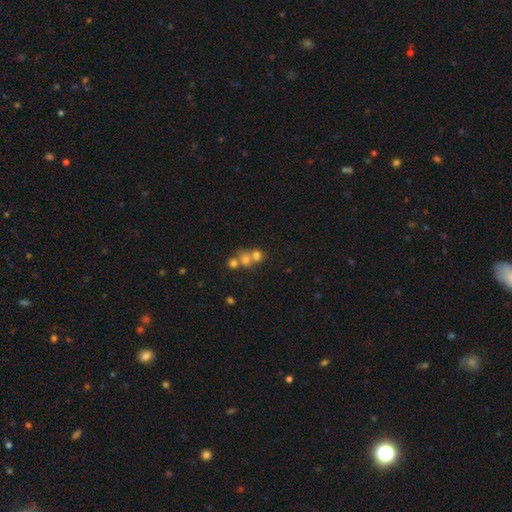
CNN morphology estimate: Smooth or featured?
  - smooth: 67% *
  - star or artifact: 17%
  - featured or disk: 16%
How rounded?
  - round: 72% *
  - in between: 27%
  - cigar-shaped: 1%
Merging?
  - merger: 56% *
  - none: 33%
  - minor disturbance: 6%
  - major disturbance: 5%